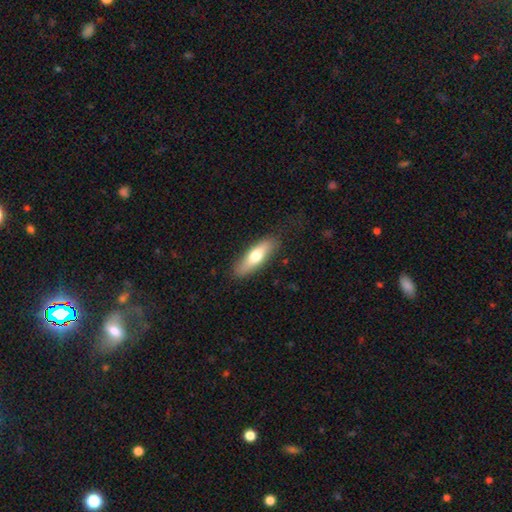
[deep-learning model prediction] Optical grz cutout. It shows a smooth galaxy with no disk features (64%) that is cigar-shaped (51%). Merging: none (84%).